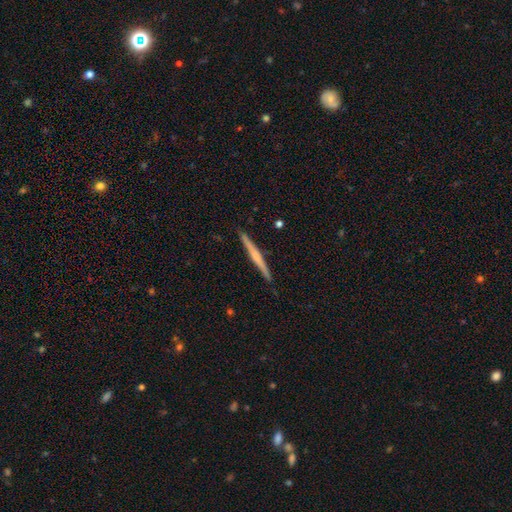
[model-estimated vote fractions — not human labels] Q: Smooth or featured?
A: featured or disk (55%); runner-up: smooth (39%)
Q: Edge-on disk?
A: yes (98%); runner-up: no (2%)
Q: Edge-on bulge?
A: none (54%); runner-up: rounded (35%)
Q: Merging?
A: none (92%); runner-up: minor disturbance (6%)